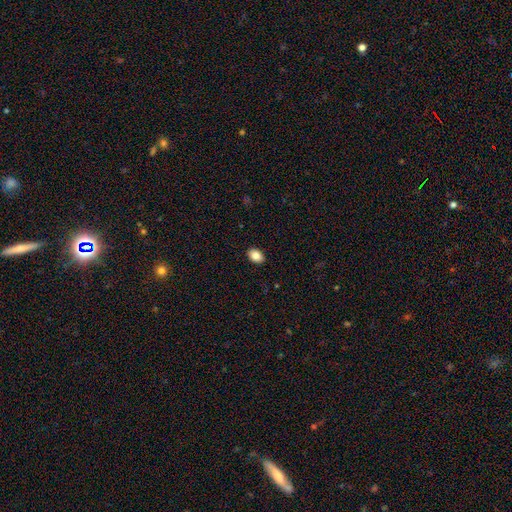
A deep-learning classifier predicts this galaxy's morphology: Smooth or featured? Predicted: smooth (p=0.84). How rounded? Predicted: in between (p=0.80). Merging? Predicted: none (p=0.90).